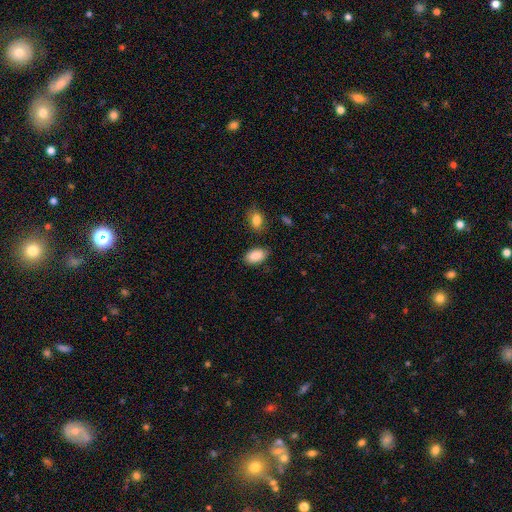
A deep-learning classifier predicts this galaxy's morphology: Q: Smooth or featured?
A: smooth (88%); runner-up: star or artifact (7%)
Q: How rounded?
A: in between (94%); runner-up: round (5%)
Q: Merging?
A: none (81%); runner-up: minor disturbance (13%)